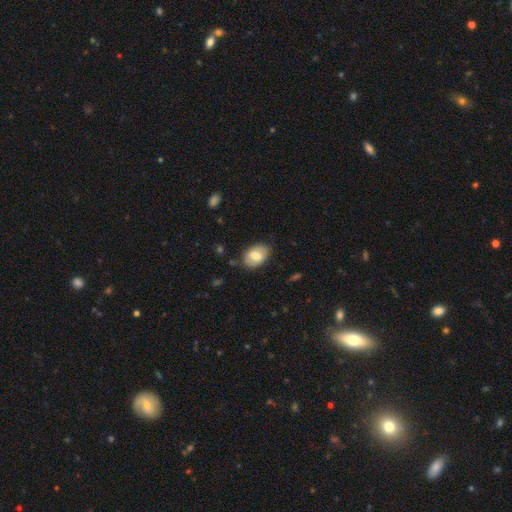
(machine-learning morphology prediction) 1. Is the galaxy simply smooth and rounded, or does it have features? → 75% smooth, 18% featured or disk, 7% star or artifact.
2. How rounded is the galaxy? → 83% in between, 15% round, 1% cigar-shaped.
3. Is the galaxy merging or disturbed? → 81% none, 14% minor disturbance, 3% major disturbance, 1% merger.